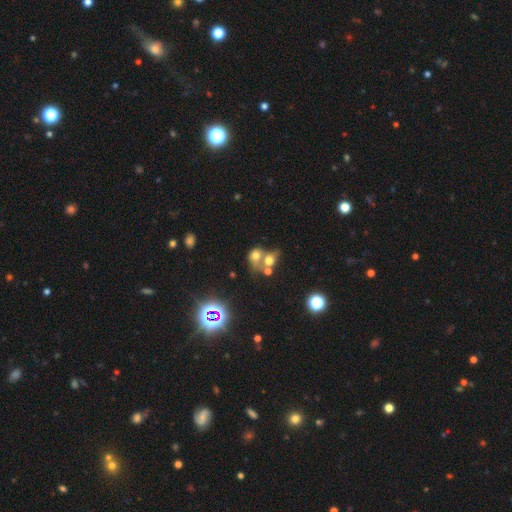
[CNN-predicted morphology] smooth_or_featured: smooth (p=0.58) [alt: featured or disk p=0.22]
how_rounded: round (p=0.58) [alt: in between p=0.40]
merging: merger (p=0.65) [alt: none p=0.21]